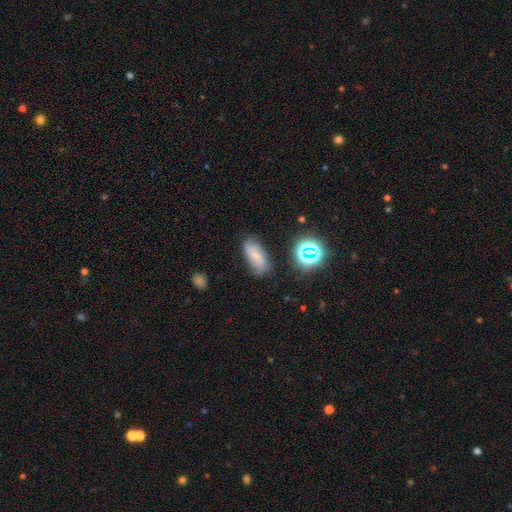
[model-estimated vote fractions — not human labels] Morphology: type=smooth (43%); merging=none (68%).